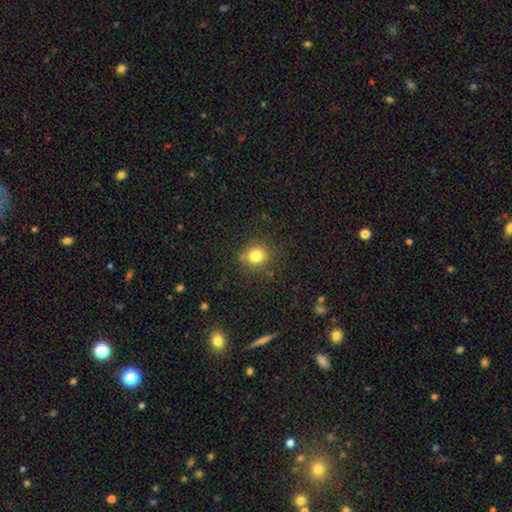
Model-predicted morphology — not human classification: smooth-or-featured: smooth: 81% | star or artifact: 13% | featured or disk: 6%
  how-rounded: round: 86% | in between: 13% | cigar-shaped: 1%
  merging: none: 83% | minor disturbance: 11% | major disturbance: 4% | merger: 2%